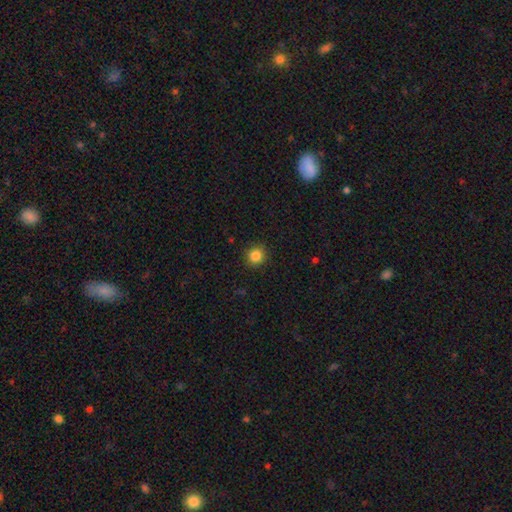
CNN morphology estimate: smooth 85%, star or artifact 11%, featured or disk 4%. Down the decision tree: how rounded — round (93%); merging — none (91%).